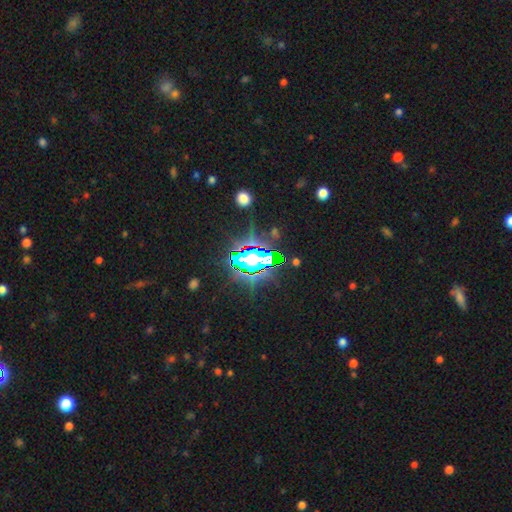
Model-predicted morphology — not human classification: Overall: star or artifact (71%).